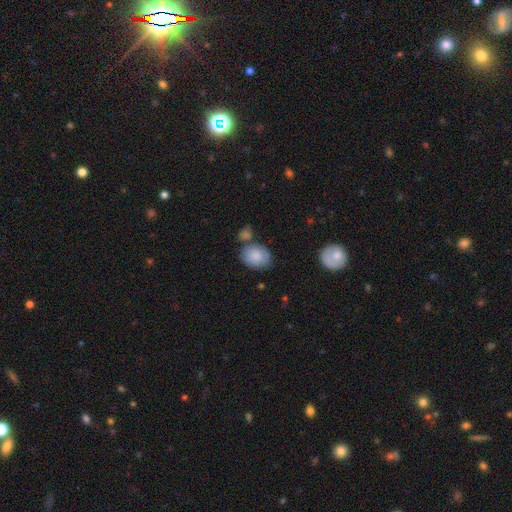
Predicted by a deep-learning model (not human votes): Smooth or featured: smooth — 84% (featured or disk — 10%)
How rounded: in between — 64% (round — 35%)
Merging: none — 58% (minor disturbance — 18%)